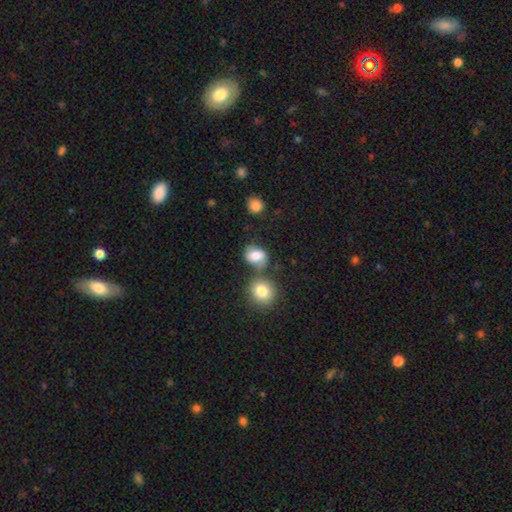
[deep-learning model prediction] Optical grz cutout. It shows a smooth galaxy with no disk features (70%) that is round (51%). Merging: none (50%).